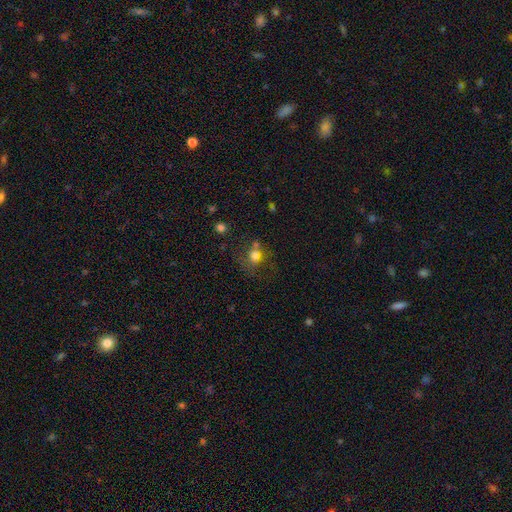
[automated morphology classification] Smooth or featured: smooth — 67% (star or artifact — 17%)
How rounded: round — 61% (in between — 37%)
Merging: none — 47% (merger — 20%)